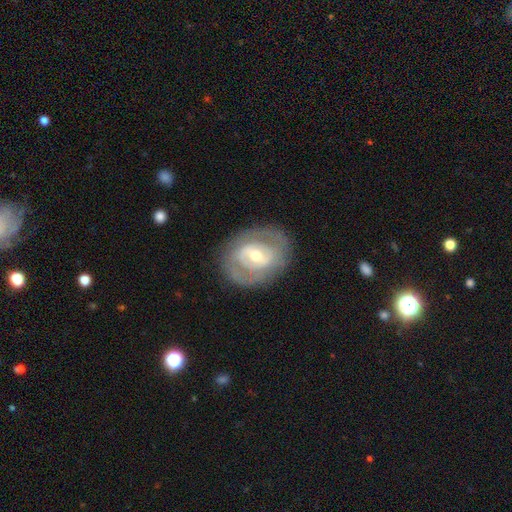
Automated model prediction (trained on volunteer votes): Morphology: type=featured or disk (73%); edge-on=no (96%); bar=weak (41%); spiral arms=yes (58%); bulge=moderate (58%); merging=none (78%).